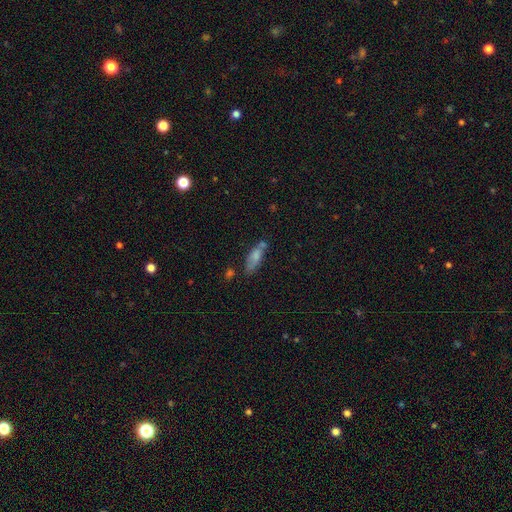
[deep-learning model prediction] Q: Smooth or featured?
A: smooth (72%); runner-up: featured or disk (19%)
Q: How rounded?
A: in between (59%); runner-up: cigar-shaped (38%)
Q: Merging?
A: none (50%); runner-up: minor disturbance (23%)